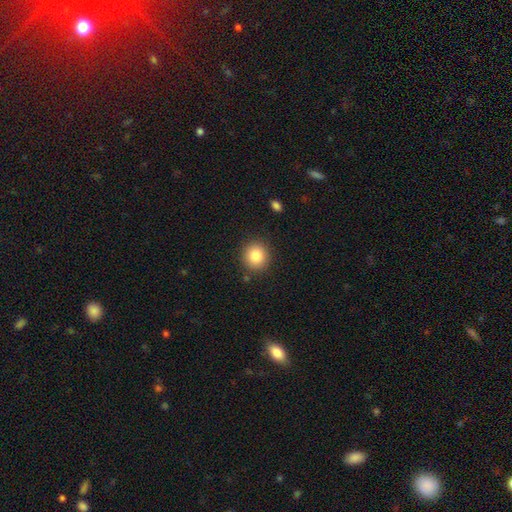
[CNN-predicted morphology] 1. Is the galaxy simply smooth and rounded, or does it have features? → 84% smooth, 9% star or artifact, 6% featured or disk.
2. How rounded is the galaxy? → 90% round, 10% in between, 1% cigar-shaped.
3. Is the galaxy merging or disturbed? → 88% none, 8% minor disturbance, 2% major disturbance, 2% merger.